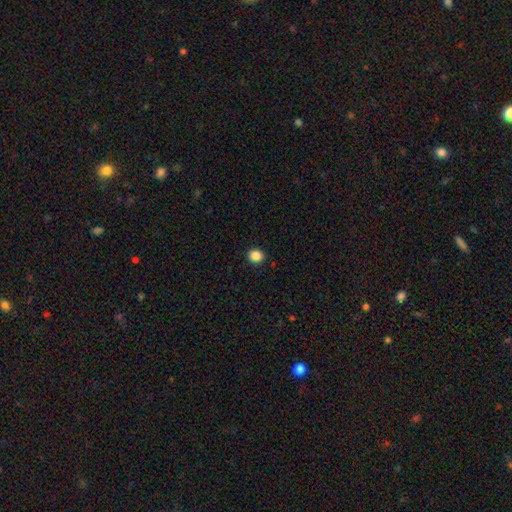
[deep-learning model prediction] Overall: smooth (86%). How rounded: round (77%). Merging: none (92%).